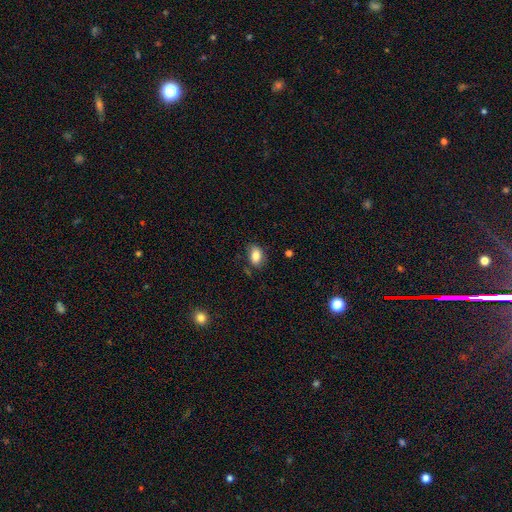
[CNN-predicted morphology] smooth_or_featured: smooth (p=0.84) [alt: star or artifact p=0.08]
how_rounded: in between (p=0.85) [alt: round p=0.14]
merging: none (p=0.70) [alt: minor disturbance p=0.22]